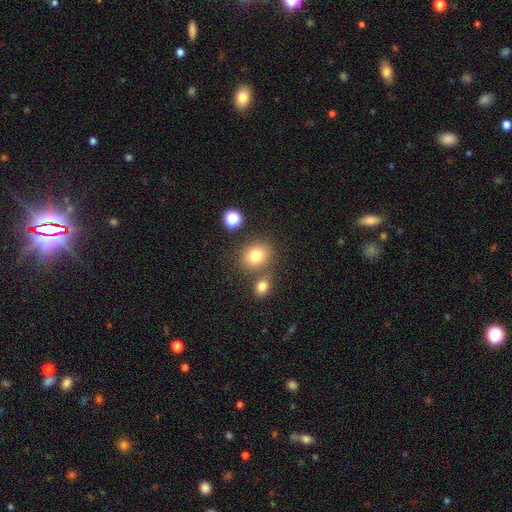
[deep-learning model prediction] Overall: smooth (79%). How rounded: round (69%; in between 30%). Merging: none (69%).